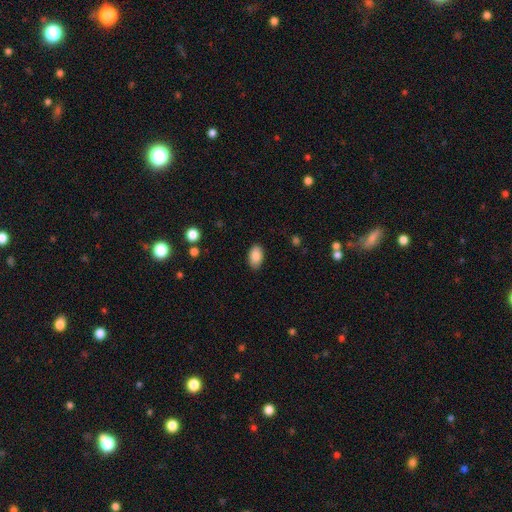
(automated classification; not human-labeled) This appears to be a smooth galaxy with no disk features (87%) that is in between round and cigar-shaped (93%). Merging: none (85%).